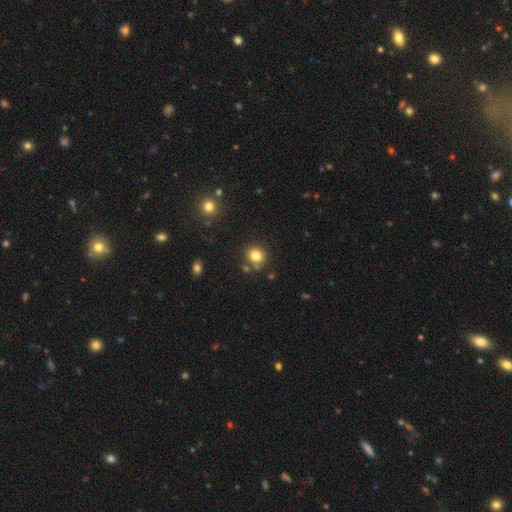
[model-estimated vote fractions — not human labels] smooth-or-featured: smooth: 81% | star or artifact: 12% | featured or disk: 7%
  how-rounded: round: 82% | in between: 17% | cigar-shaped: 1%
  merging: none: 79% | minor disturbance: 10% | merger: 8% | major disturbance: 3%